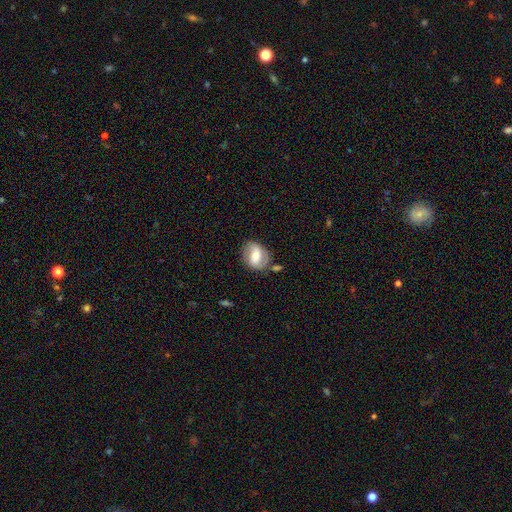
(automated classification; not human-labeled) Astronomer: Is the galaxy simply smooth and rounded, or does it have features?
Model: featured or disk — 47% (runner-up: smooth, 46%).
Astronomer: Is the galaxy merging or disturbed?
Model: none — 69%.